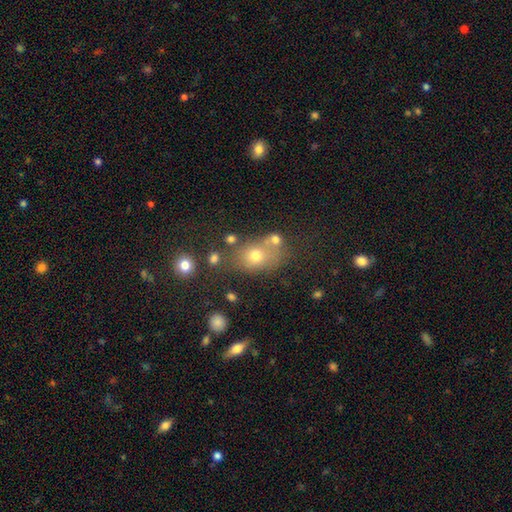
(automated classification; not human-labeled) The model was most divided on "how rounded": in between: 56%, round: 42%, cigar-shaped: 2%. More confident: smooth or featured — smooth (65%); merging — none (58%).